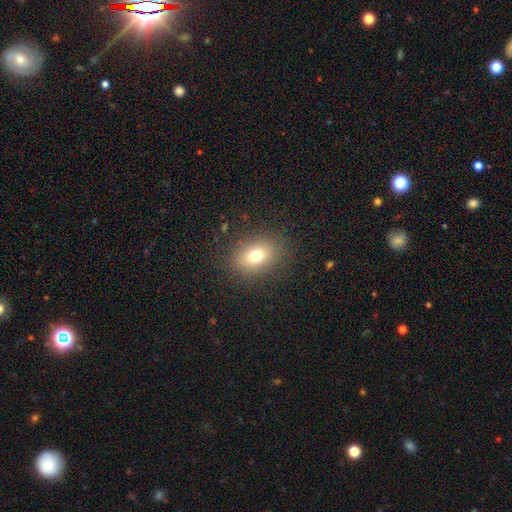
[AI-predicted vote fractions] Q: Smooth or featured?
A: smooth (74%); runner-up: star or artifact (13%)
Q: How rounded?
A: in between (72%); runner-up: round (27%)
Q: Merging?
A: none (86%); runner-up: minor disturbance (9%)